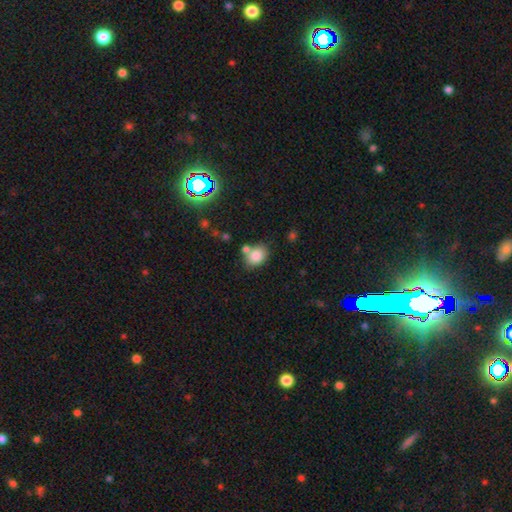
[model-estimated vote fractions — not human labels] This is clearly a smooth galaxy (81%). How rounded: likely in between (63%). Merging: likely none (62%).